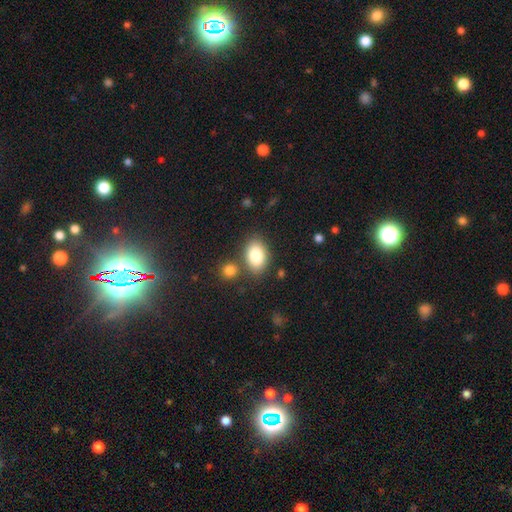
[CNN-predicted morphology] The model was most divided on "merging": none: 75%, minor disturbance: 11%, merger: 11%, major disturbance: 3%. More confident: how rounded — in between (85%); smooth or featured — smooth (84%).